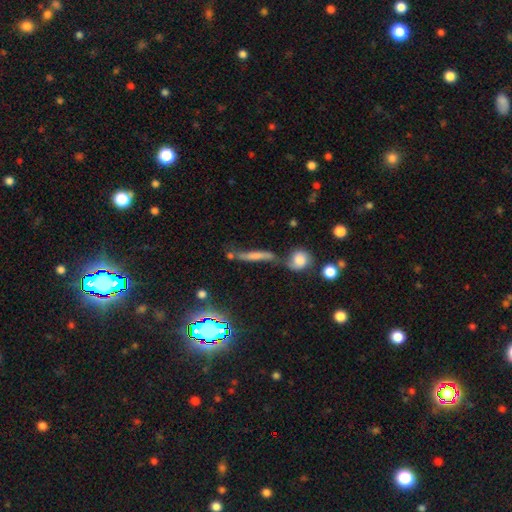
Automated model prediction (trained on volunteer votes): This appears to be a smooth galaxy with no disk features (55%) that is cigar-shaped (81%). Merging: none (49%).